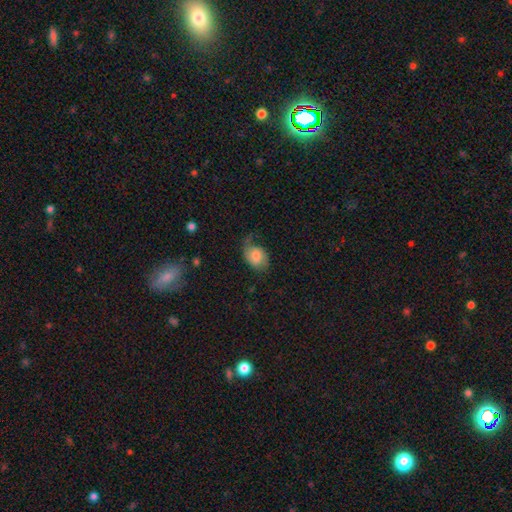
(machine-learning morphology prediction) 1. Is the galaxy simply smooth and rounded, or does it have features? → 51% featured or disk, 41% smooth, 9% star or artifact.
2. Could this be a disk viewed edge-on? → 97% no, 3% yes.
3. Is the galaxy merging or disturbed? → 48% none, 27% minor disturbance, 23% major disturbance, 2% merger.